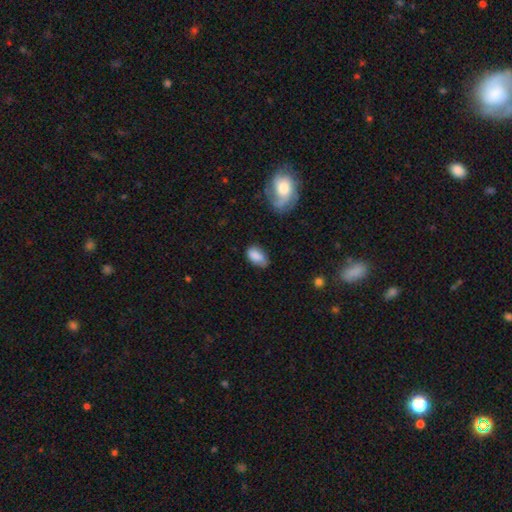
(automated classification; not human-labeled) Smooth or featured? Predicted: smooth (p=0.81). How rounded? Predicted: in between (p=0.92). Merging? Predicted: none (p=0.60).